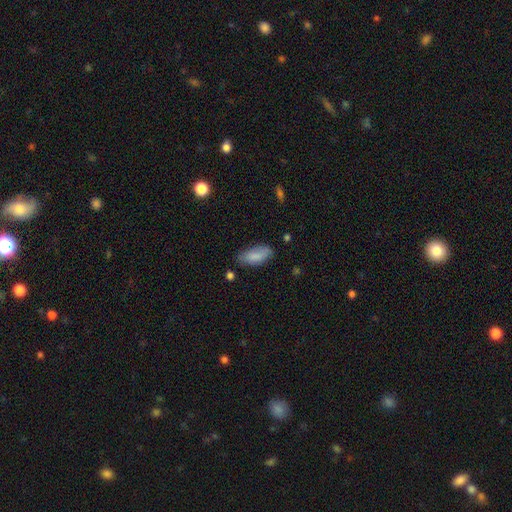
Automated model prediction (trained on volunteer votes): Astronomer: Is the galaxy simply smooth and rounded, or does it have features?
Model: smooth — 84%.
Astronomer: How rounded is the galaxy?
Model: in between — 82%.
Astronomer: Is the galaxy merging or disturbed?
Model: none — 69%.